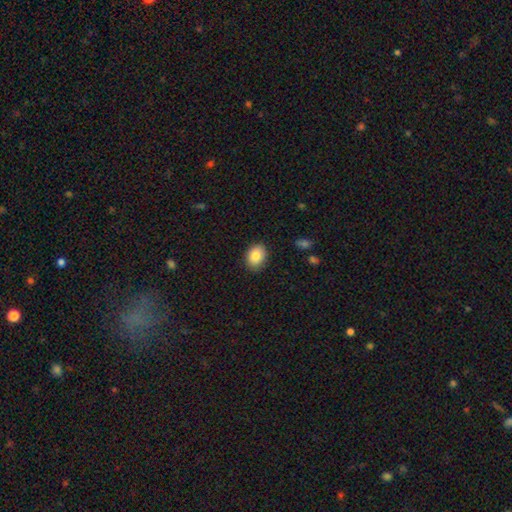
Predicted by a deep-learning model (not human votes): smooth-or-featured: smooth: 85% | star or artifact: 8% | featured or disk: 7%
  how-rounded: in between: 67% | round: 32% | cigar-shaped: 1%
  merging: none: 87% | minor disturbance: 10% | major disturbance: 2% | merger: 1%